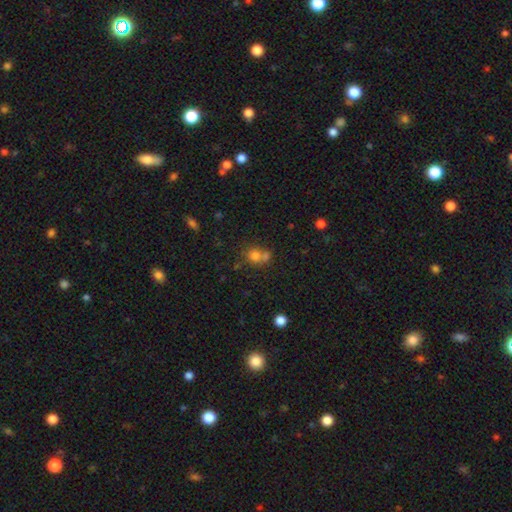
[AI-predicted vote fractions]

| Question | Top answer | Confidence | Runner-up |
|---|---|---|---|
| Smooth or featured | smooth | 71% | star or artifact (17%) |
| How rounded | round | 78% | in between (21%) |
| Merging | merger | 46% | none (42%) |